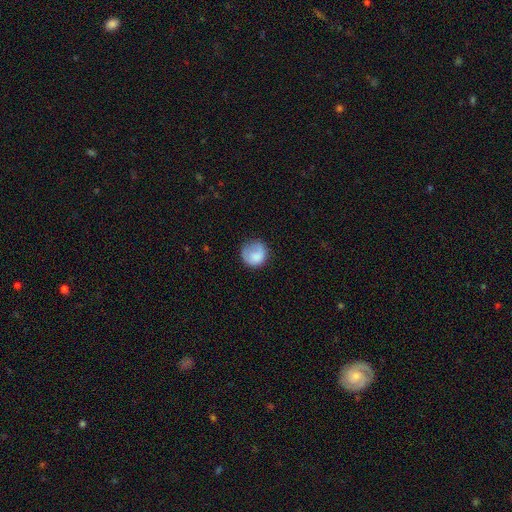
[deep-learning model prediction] Overall: smooth (80%). How rounded: round (87%). Merging: none (62%; minor disturbance 23%).